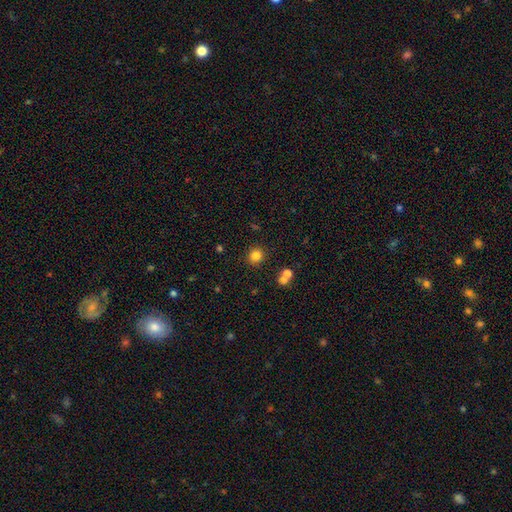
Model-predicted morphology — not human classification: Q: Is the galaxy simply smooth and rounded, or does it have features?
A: smooth — 83%.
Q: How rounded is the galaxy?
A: round — 82%.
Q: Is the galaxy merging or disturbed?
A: none — 85%.